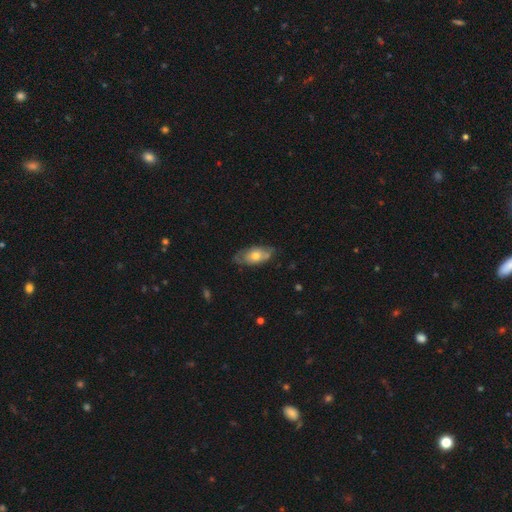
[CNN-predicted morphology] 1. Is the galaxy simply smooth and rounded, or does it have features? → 52% smooth, 42% featured or disk, 6% star or artifact.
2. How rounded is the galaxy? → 89% in between, 6% cigar-shaped, 5% round.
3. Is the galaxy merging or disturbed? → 61% none, 29% minor disturbance, 8% major disturbance, 2% merger.